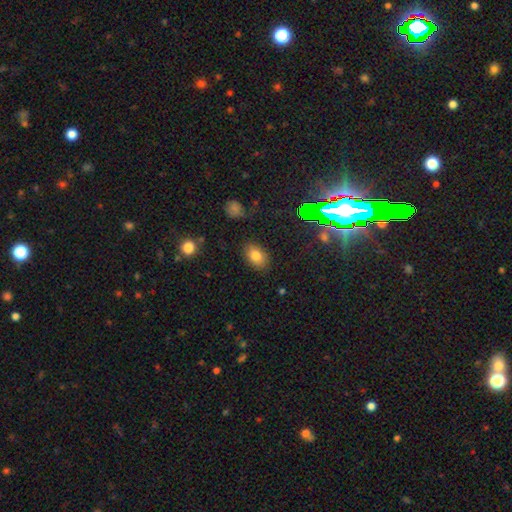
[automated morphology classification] Q: Smooth or featured?
A: smooth (78%); runner-up: star or artifact (12%)
Q: How rounded?
A: in between (83%); runner-up: round (16%)
Q: Merging?
A: none (85%); runner-up: minor disturbance (10%)